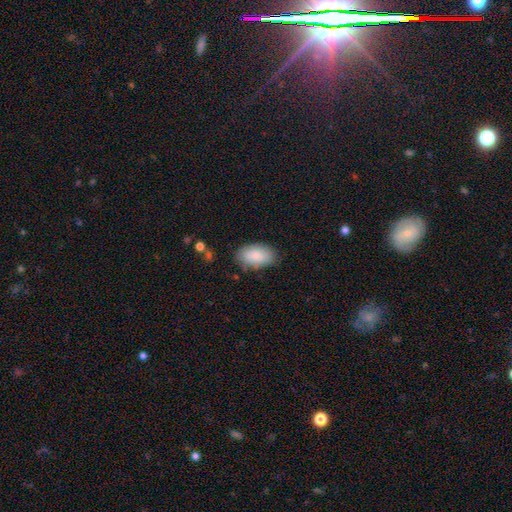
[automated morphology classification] smooth 86%, featured or disk 8%, star or artifact 6%. Down the decision tree: how rounded — in between (93%); merging — none (77%).